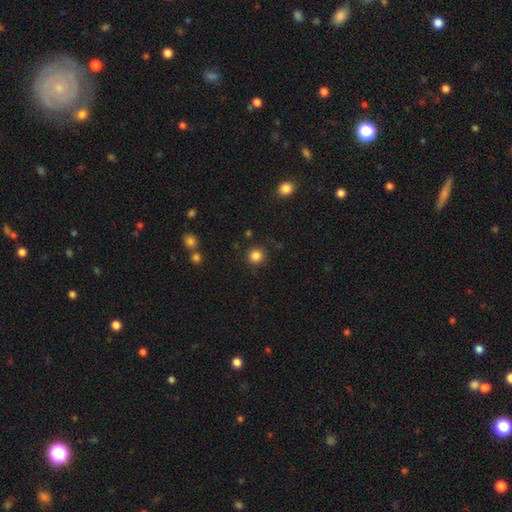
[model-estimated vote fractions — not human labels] The model was most divided on "smooth or featured": smooth: 85%, star or artifact: 12%, featured or disk: 4%. More confident: how rounded — round (94%); merging — none (89%).